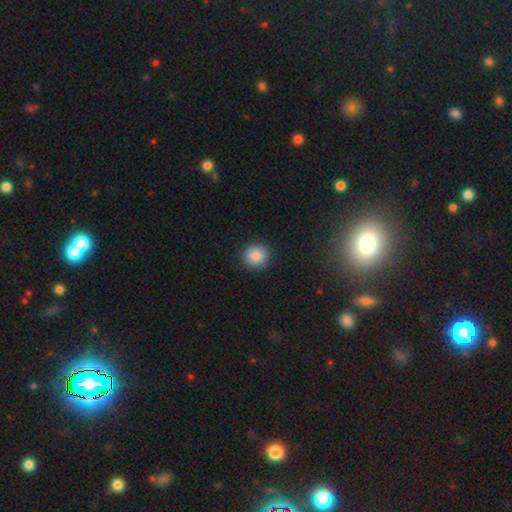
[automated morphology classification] Overall: smooth (87%). How rounded: round (91%). Merging: none (91%).